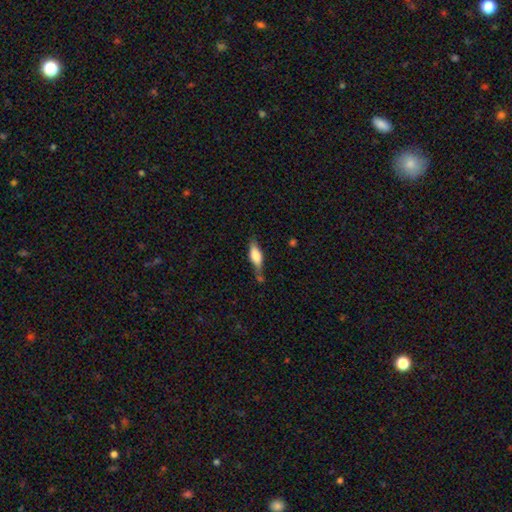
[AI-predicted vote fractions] A smooth galaxy with no disk features (63%) that is in between round and cigar-shaped (59%).

Vote fractions:
- Smooth or featured? smooth: 63% / featured or disk: 30% / star or artifact: 7%
- How rounded? in between: 59% / cigar-shaped: 38% / round: 3%
- Merging? none: 54% / minor disturbance: 26% / merger: 10% / major disturbance: 9%